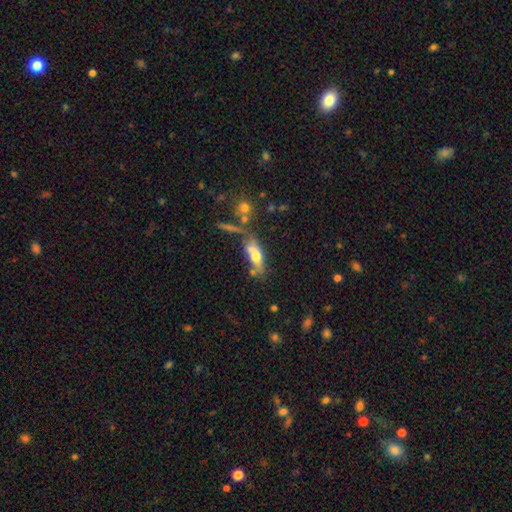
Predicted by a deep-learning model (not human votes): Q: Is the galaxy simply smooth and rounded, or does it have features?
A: smooth — 56%.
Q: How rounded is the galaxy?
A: in between — 54%.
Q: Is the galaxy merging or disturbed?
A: none — 52%.